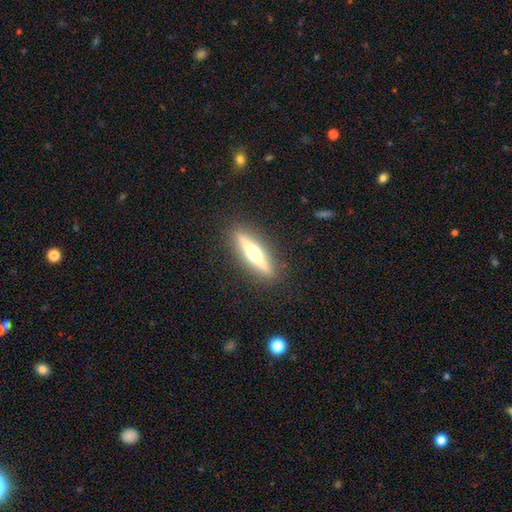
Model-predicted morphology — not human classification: Q: Smooth or featured?
A: featured or disk (75%); runner-up: smooth (20%)
Q: Edge-on disk?
A: yes (96%); runner-up: no (4%)
Q: Edge-on bulge?
A: rounded (95%); runner-up: boxy (3%)
Q: Merging?
A: none (90%); runner-up: minor disturbance (7%)